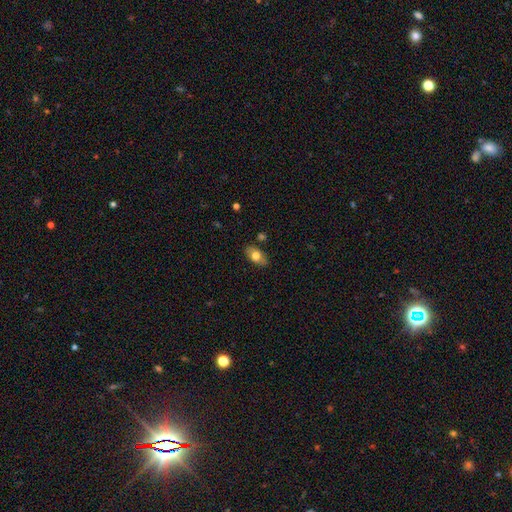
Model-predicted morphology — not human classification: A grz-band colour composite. It shows a smooth galaxy with no disk features (72%) that is in between round and cigar-shaped (91%). Merging: none (82%).